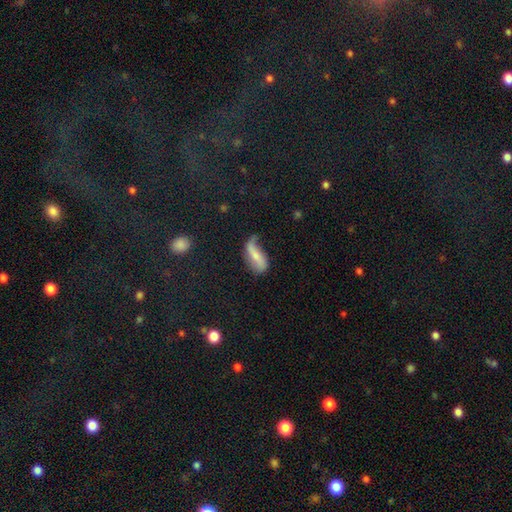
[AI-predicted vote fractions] Q: Smooth or featured?
A: smooth (51%); runner-up: featured or disk (41%)
Q: How rounded?
A: in between (69%); runner-up: cigar-shaped (28%)
Q: Merging?
A: minor disturbance (36%); runner-up: none (32%)